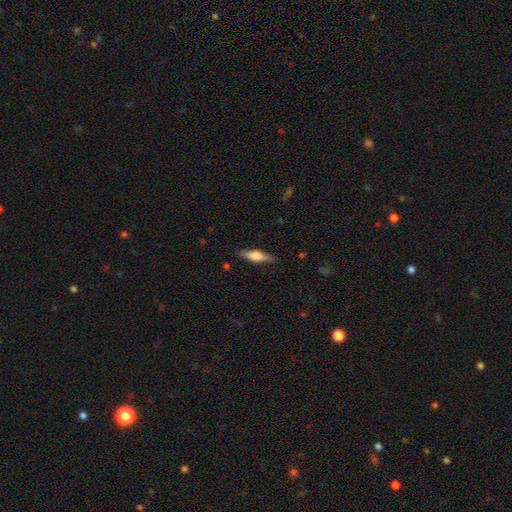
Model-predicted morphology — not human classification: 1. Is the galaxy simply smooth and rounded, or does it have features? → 48% smooth, 46% featured or disk, 7% star or artifact.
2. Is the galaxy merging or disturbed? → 85% none, 11% minor disturbance, 2% major disturbance, 1% merger.